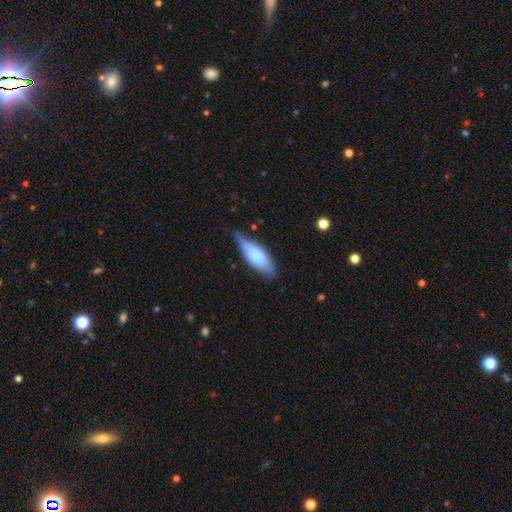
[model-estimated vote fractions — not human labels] A smooth galaxy with no disk features (59%) that is in between round and cigar-shaped (61%). Merging: none (67%).